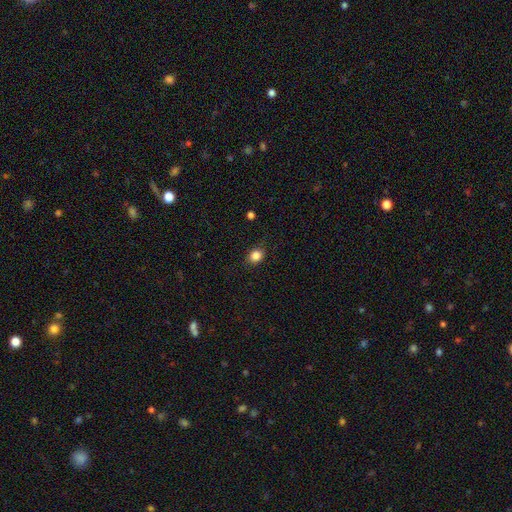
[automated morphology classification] A smooth galaxy with no disk features (84%) that is round (61%). Merging: none (84%).